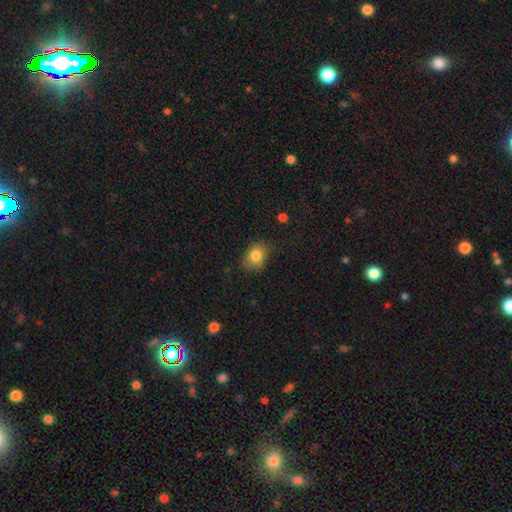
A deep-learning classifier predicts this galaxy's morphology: Q: Smooth or featured?
A: smooth (83%); runner-up: star or artifact (9%)
Q: How rounded?
A: in between (57%); runner-up: round (42%)
Q: Merging?
A: none (75%); runner-up: minor disturbance (19%)